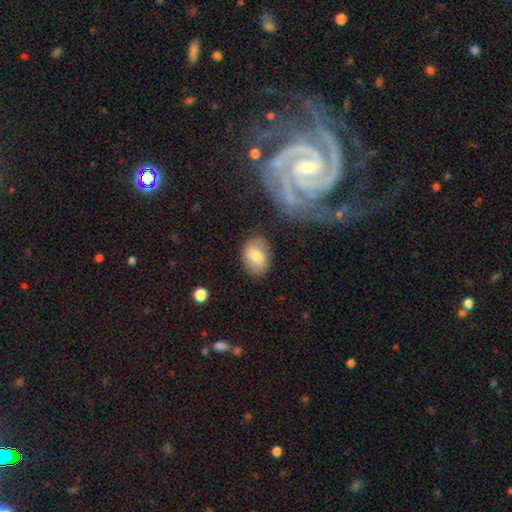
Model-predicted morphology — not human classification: type=smooth (75%); roundness=in between (76%); merging=none (79%).